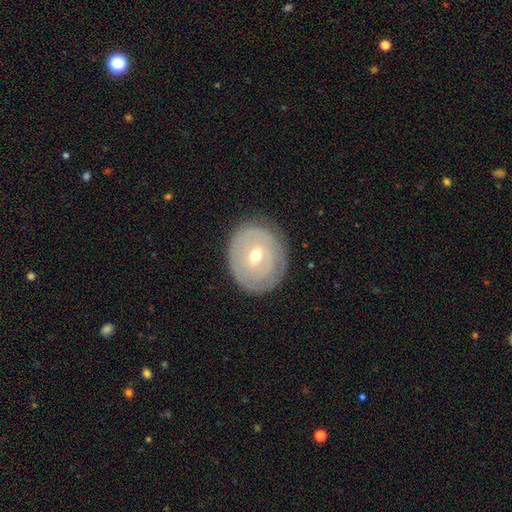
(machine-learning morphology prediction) featured or disk 62%, smooth 31%, star or artifact 7%. Down the decision tree: edge-on disk — no (95%); bar — no (50%); spiral arms — yes (56%); bulge size — moderate (54%); merging — none (80%).